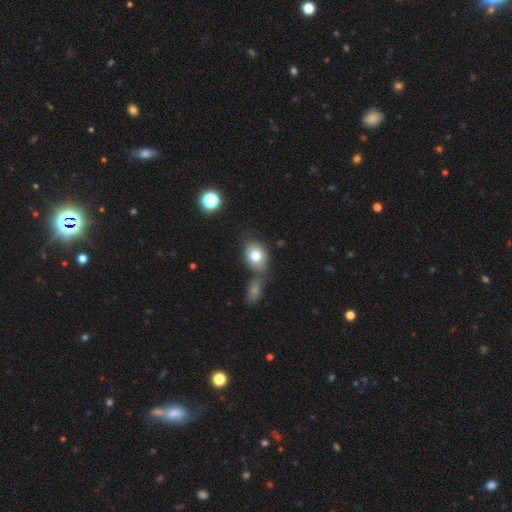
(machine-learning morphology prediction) This appears to be a smooth galaxy with no disk features (77%) that is in between round and cigar-shaped (66%). Merging: none (57%).